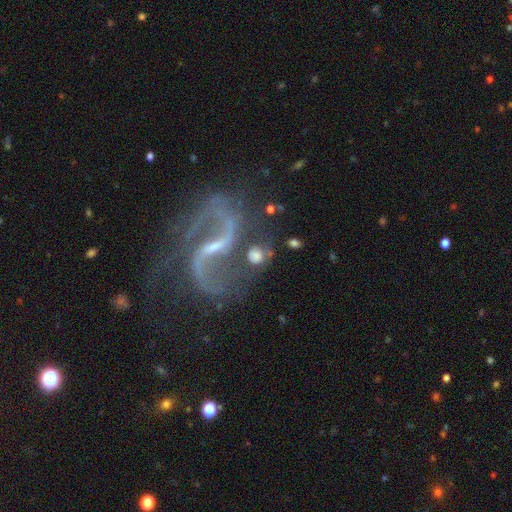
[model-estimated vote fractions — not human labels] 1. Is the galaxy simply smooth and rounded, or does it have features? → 47% featured or disk, 44% smooth, 9% star or artifact.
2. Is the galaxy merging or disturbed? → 63% none, 14% minor disturbance, 13% merger, 10% major disturbance.